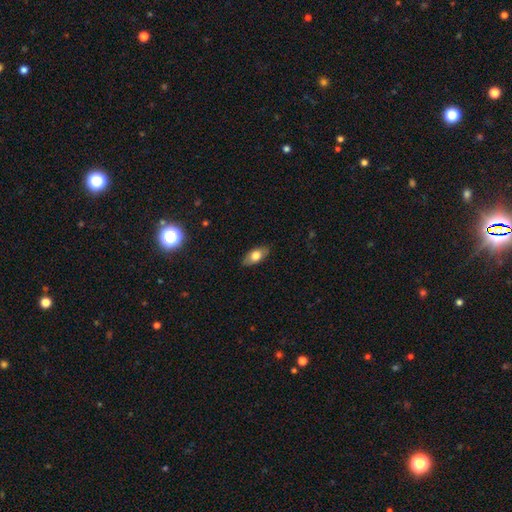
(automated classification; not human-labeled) Smooth or featured: smooth — 70% (featured or disk — 23%)
How rounded: in between — 87% (cigar-shaped — 9%)
Merging: none — 85% (minor disturbance — 11%)